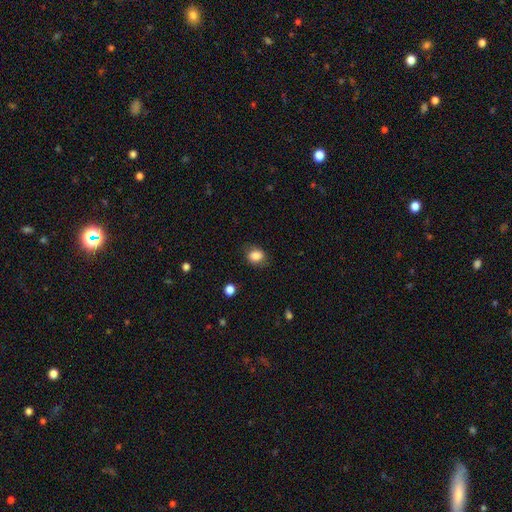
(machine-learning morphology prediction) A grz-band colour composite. It shows a smooth galaxy with no disk features (85%) that is round (52%). Merging: none (77%).